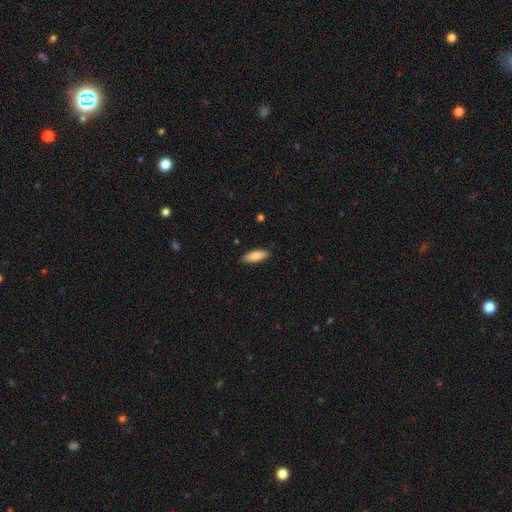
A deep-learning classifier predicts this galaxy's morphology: Smooth or featured?
  - smooth: 84% *
  - featured or disk: 10%
  - star or artifact: 6%
How rounded?
  - in between: 63% *
  - cigar-shaped: 35%
  - round: 2%
Merging?
  - none: 88% *
  - minor disturbance: 10%
  - major disturbance: 2%
  - merger: 1%